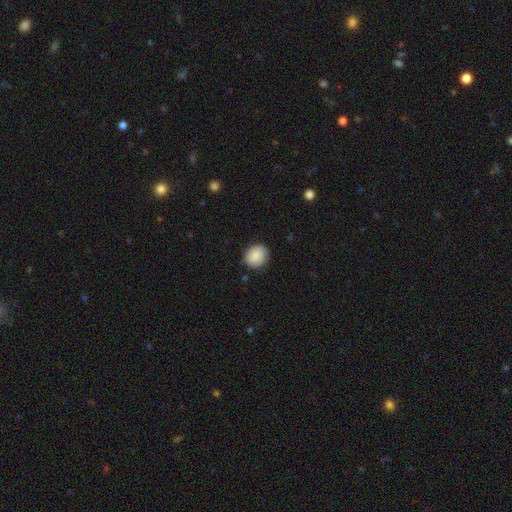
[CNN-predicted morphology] Smooth or featured? smooth (79%)
How rounded? round (70%)
Merging? none (82%)